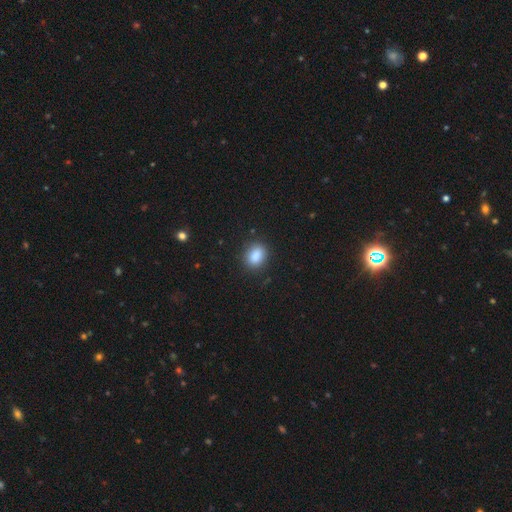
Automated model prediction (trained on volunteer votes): This is clearly a smooth galaxy (87%). How rounded: likely in between (61%). Merging: clearly none (85%).